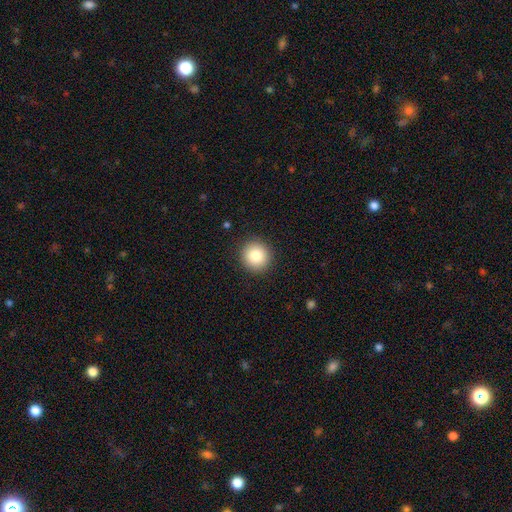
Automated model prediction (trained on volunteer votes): smooth_or_featured: smooth (p=0.83) [alt: star or artifact p=0.10]
how_rounded: round (p=0.93) [alt: in between p=0.06]
merging: none (p=0.92) [alt: minor disturbance p=0.06]